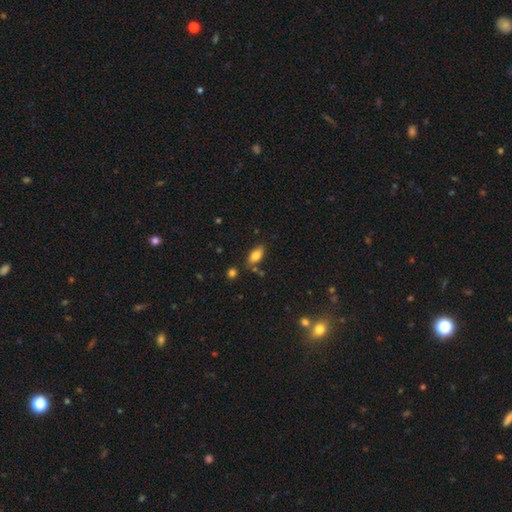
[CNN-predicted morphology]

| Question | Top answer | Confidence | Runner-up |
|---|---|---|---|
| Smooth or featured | smooth | 81% | featured or disk (10%) |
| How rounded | in between | 88% | cigar-shaped (8%) |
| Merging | none | 77% | minor disturbance (14%) |